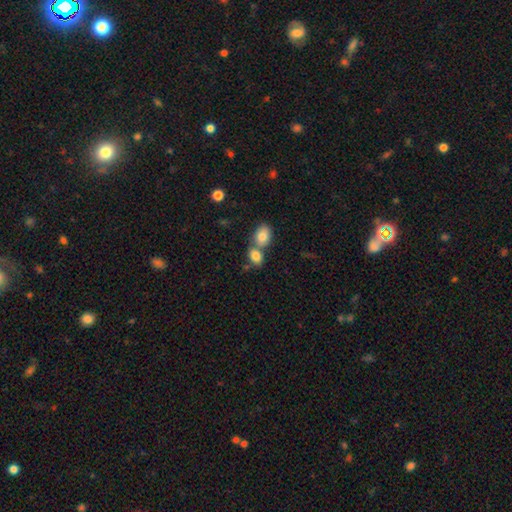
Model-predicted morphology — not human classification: Smooth or featured? smooth (82%)
How rounded? in between (75%)
Merging? merger (51%)